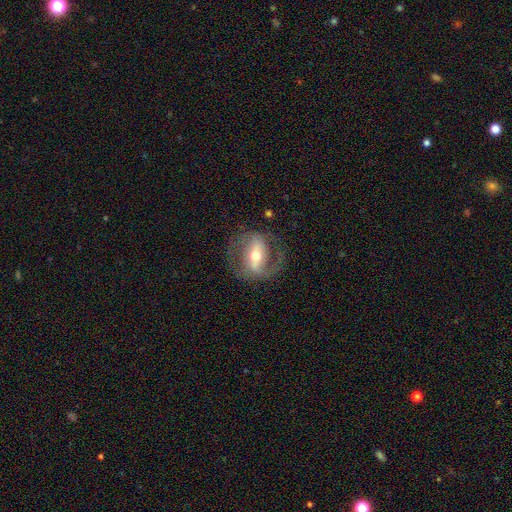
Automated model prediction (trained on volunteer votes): A featured or disk galaxy (78%) with a strong bar (57%), 2 (80%) medium (49%) spiral arms (78%) and a moderate central bulge (65%).

Vote fractions:
- Smooth or featured? featured or disk: 78% / smooth: 16% / star or artifact: 6%
- Edge-on disk? no: 92% / yes: 8%
- Bar? strong: 57% / weak: 28% / no: 15%
- Spiral arms? yes: 78% / no: 22%
- Spiral winding? medium: 49% / loose: 27% / tight: 24%
- Spiral arm count? 2: 80% / 1: 9% / can't tell: 8% / 3: 1% / 4: 1% / more than 4: 1%
- Bulge size? moderate: 65% / small: 26% / large: 7% / dominant: 1% / none: 1%
- Merging? none: 70% / minor disturbance: 15% / major disturbance: 13% / merger: 1%